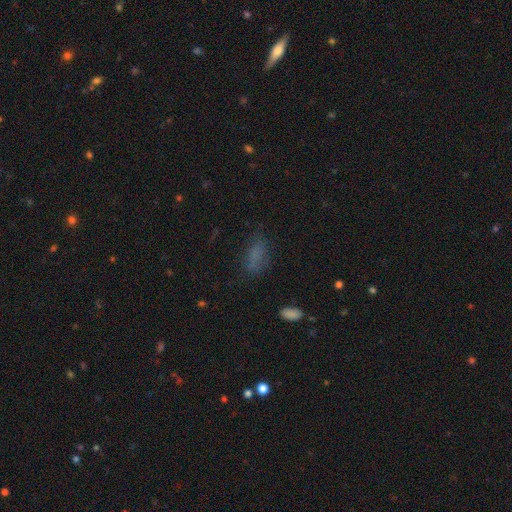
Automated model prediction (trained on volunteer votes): A smooth galaxy with no disk features (71%) that is in between round and cigar-shaped (76%).

Vote fractions:
- Smooth or featured? smooth: 71% / star or artifact: 17% / featured or disk: 12%
- How rounded? in between: 76% / cigar-shaped: 18% / round: 5%
- Merging? none: 65% / minor disturbance: 21% / major disturbance: 12% / merger: 3%